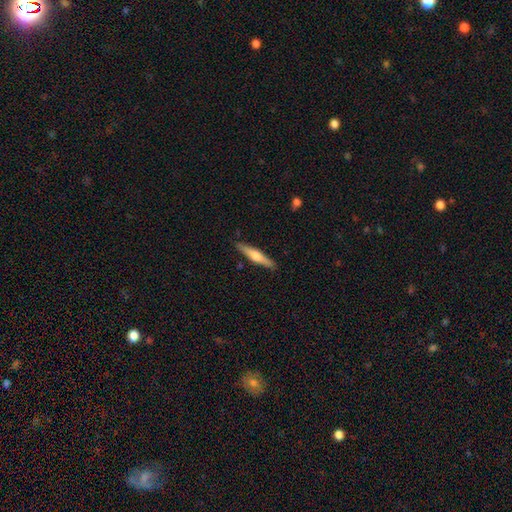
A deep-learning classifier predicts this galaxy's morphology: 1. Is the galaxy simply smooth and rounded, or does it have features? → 52% featured or disk, 43% smooth, 6% star or artifact.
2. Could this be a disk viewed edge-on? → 96% yes, 4% no.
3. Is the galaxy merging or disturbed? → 89% none, 8% minor disturbance, 2% major disturbance, 1% merger.